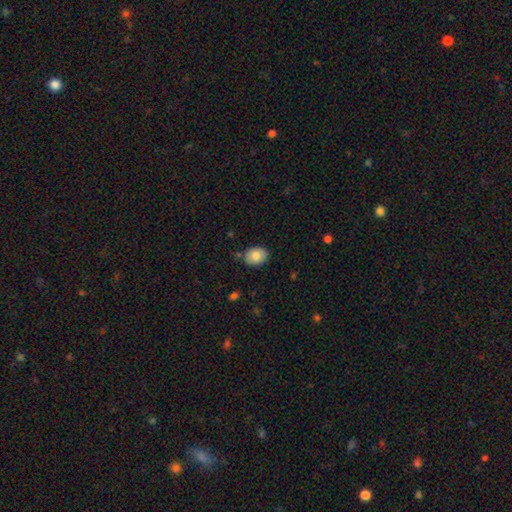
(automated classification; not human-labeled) A smooth galaxy with no disk features (80%) that is in between round and cigar-shaped (60%).

Vote fractions:
- Smooth or featured? smooth: 80% / featured or disk: 13% / star or artifact: 8%
- How rounded? in between: 60% / round: 39% / cigar-shaped: 1%
- Merging? none: 81% / minor disturbance: 13% / merger: 3% / major disturbance: 2%